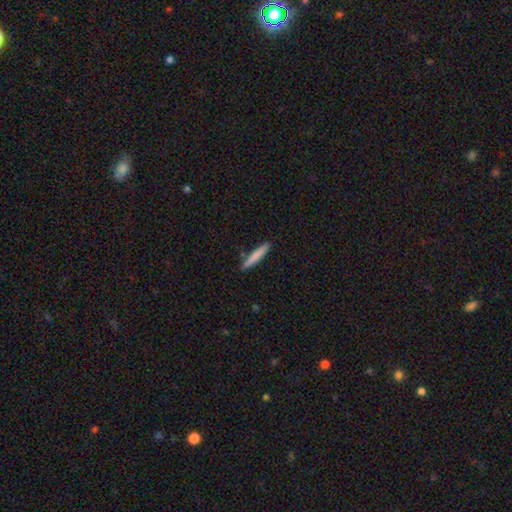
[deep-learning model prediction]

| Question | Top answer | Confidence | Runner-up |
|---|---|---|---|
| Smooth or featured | smooth | 78% | featured or disk (16%) |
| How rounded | cigar-shaped | 94% | in between (5%) |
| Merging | none | 88% | minor disturbance (8%) |